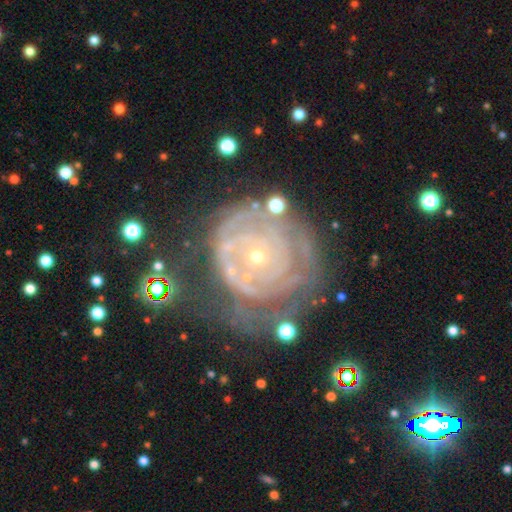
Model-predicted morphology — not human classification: Smooth or featured: featured or disk — 82% (smooth — 10%)
Edge-on disk: no — 97% (yes — 3%)
Bar: no — 85% (weak — 11%)
Spiral arms: yes — 85% (no — 15%)
Spiral winding: tight — 83% (medium — 13%)
Spiral arm count: can't tell — 44% (2 — 16%)
Bulge size: small — 83% (moderate — 13%)
Merging: none — 58% (minor disturbance — 23%)